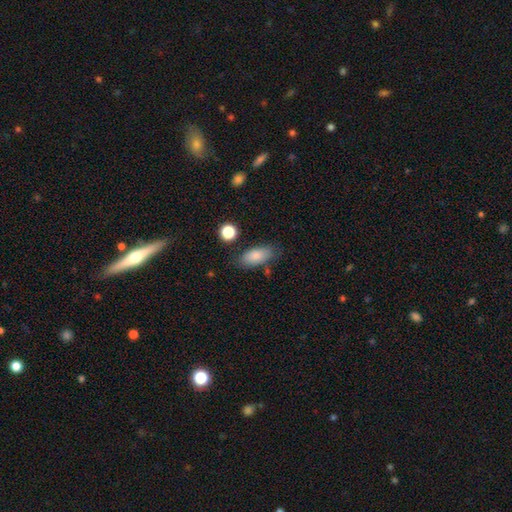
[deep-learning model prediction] A smooth galaxy with no disk features (82%) that is in between round and cigar-shaped (87%).

Vote fractions:
- Smooth or featured? smooth: 82% / featured or disk: 11% / star or artifact: 8%
- How rounded? in between: 87% / cigar-shaped: 9% / round: 4%
- Merging? none: 73% / minor disturbance: 17% / merger: 5% / major disturbance: 5%